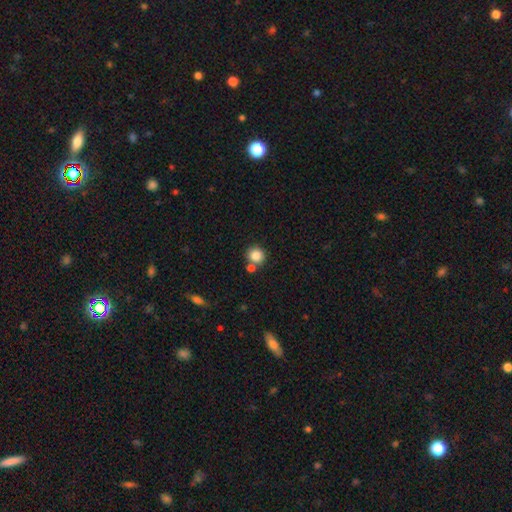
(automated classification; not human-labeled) smooth-or-featured: smooth: 85% | star or artifact: 10% | featured or disk: 5%
  how-rounded: round: 90% | in between: 9% | cigar-shaped: 1%
  merging: none: 69% | merger: 20% | minor disturbance: 9% | major disturbance: 3%